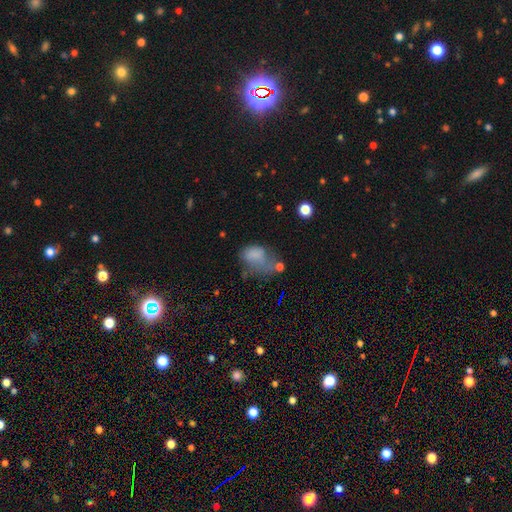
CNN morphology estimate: type=smooth (66%); roundness=in between (81%); merging=major disturbance (41%).